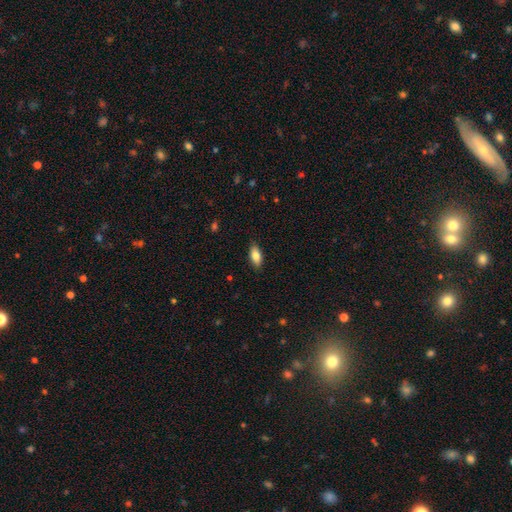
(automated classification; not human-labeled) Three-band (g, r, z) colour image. It shows a smooth galaxy with no disk features (82%) that is in between round and cigar-shaped (88%). Merging: none (87%).